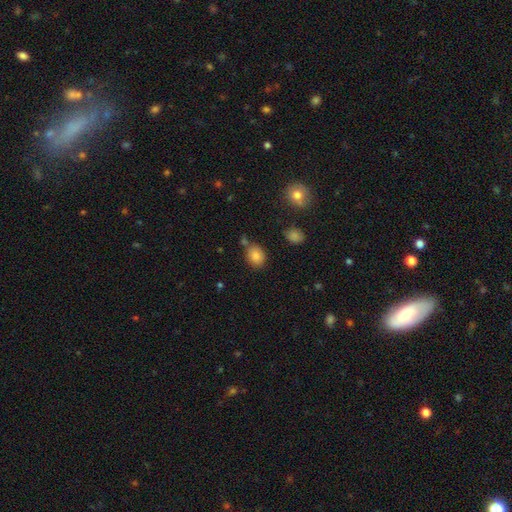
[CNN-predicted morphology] A smooth galaxy with no disk features (83%) that is round (58%).

Vote fractions:
- Smooth or featured? smooth: 83% / star or artifact: 11% / featured or disk: 7%
- How rounded? round: 58% / in between: 41% / cigar-shaped: 1%
- Merging? none: 73% / minor disturbance: 14% / merger: 10% / major disturbance: 4%